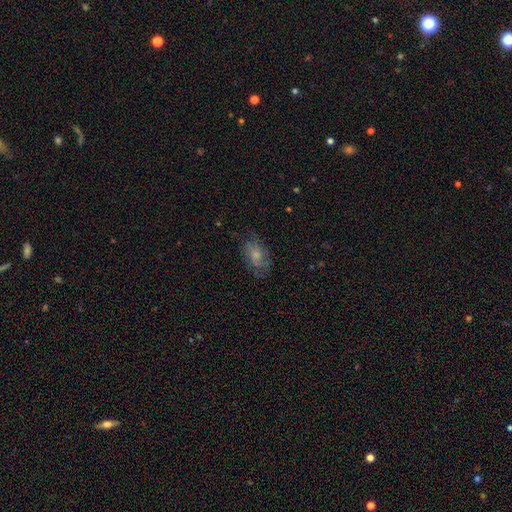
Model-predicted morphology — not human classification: Smooth or featured? Predicted: featured or disk (p=0.46). Merging? Predicted: none (p=0.73).